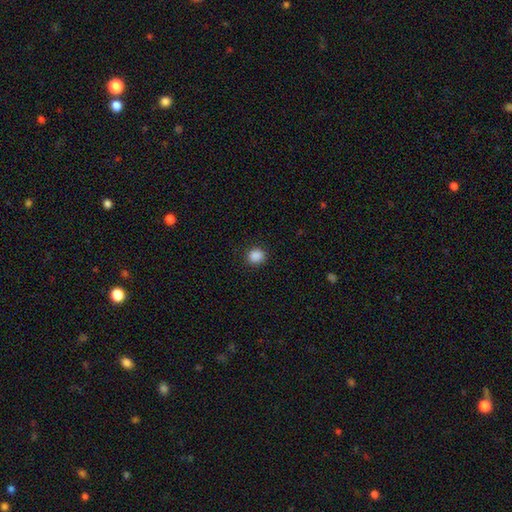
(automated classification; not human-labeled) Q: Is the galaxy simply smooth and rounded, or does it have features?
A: smooth — 88%.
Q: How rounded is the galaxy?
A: round — 79%.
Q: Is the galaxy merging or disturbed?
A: none — 90%.